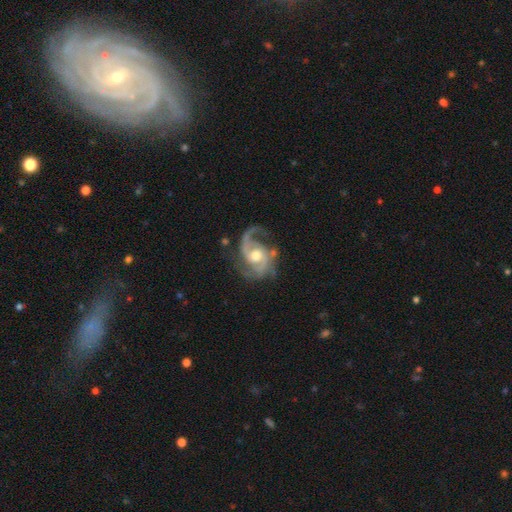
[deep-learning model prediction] smooth_or_featured: featured or disk (p=0.92) [alt: star or artifact p=0.04]
disk_edge_on: no (p=0.98) [alt: yes p=0.02]
bar: no (p=0.59) [alt: weak p=0.33]
has_spiral_arms: yes (p=0.98) [alt: no p=0.02]
spiral_winding: medium (p=0.55) [alt: tight p=0.25]
spiral_arm_count: 2 (p=0.74) [alt: 3 p=0.12]
bulge_size: moderate (p=0.72) [alt: small p=0.14]
merging: none (p=0.66) [alt: minor disturbance p=0.19]